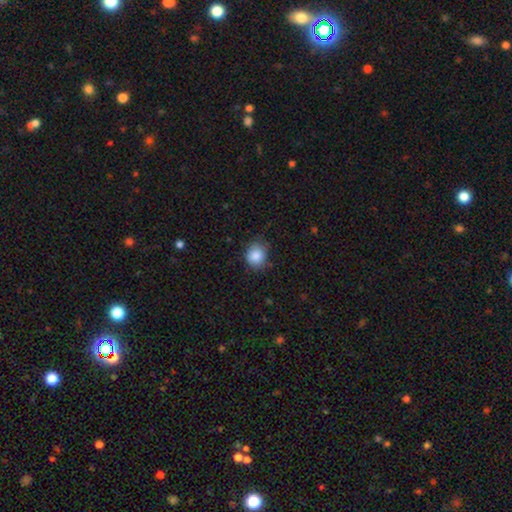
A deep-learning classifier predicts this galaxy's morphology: Q: Smooth or featured?
A: smooth (86%); runner-up: star or artifact (9%)
Q: How rounded?
A: round (72%); runner-up: in between (27%)
Q: Merging?
A: none (75%); runner-up: minor disturbance (20%)